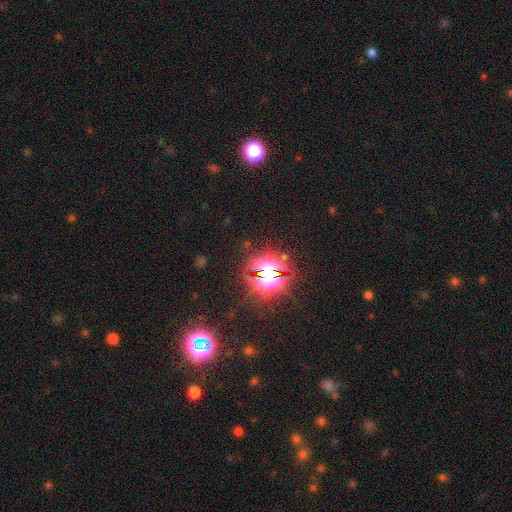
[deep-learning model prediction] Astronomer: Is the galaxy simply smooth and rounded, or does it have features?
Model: star or artifact — 78%.